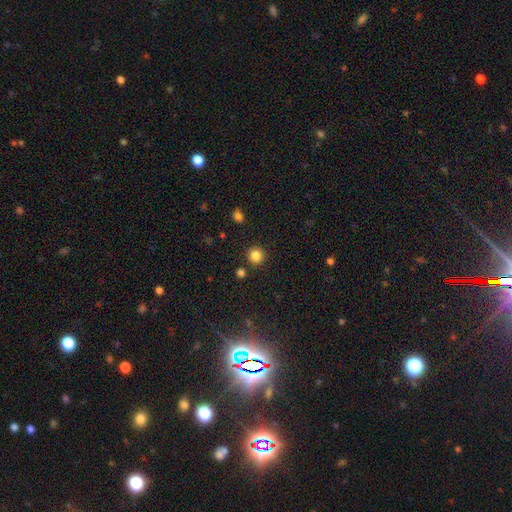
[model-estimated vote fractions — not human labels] Overall: smooth (84%). How rounded: round (94%). Merging: none (89%).